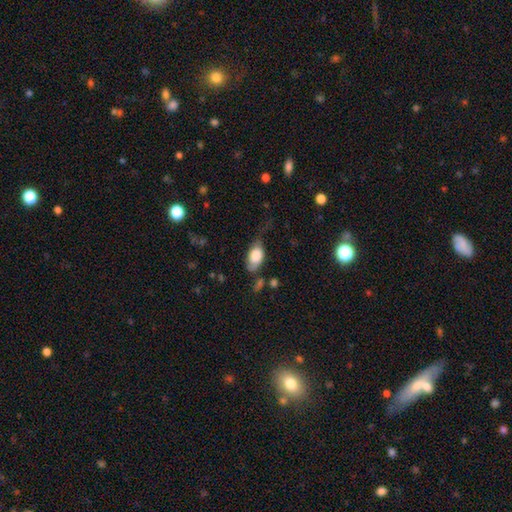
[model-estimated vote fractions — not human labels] This appears to be a smooth galaxy with no disk features (74%) that is in between round and cigar-shaped (90%). Merging: none (39%).